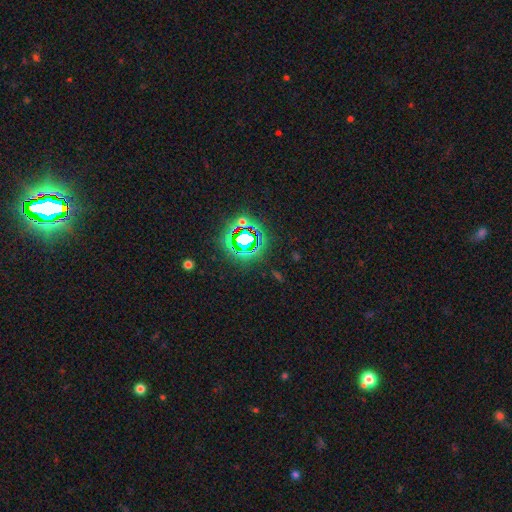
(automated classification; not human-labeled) The model was most divided on "smooth or featured": star or artifact: 80%, smooth: 13%, featured or disk: 7%.